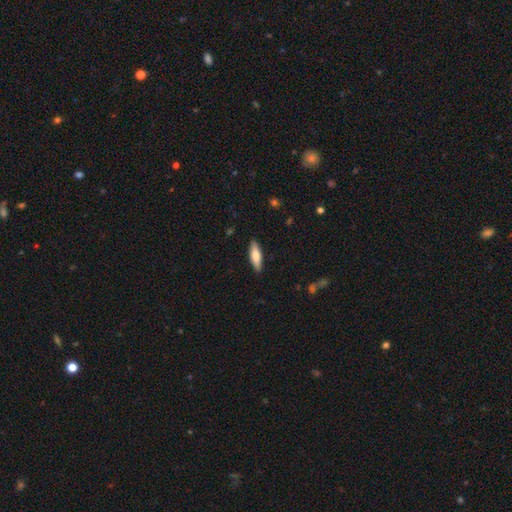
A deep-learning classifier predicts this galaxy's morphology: smooth 73%, featured or disk 21%, star or artifact 6%. Down the decision tree: how rounded — cigar-shaped (54%); merging — none (89%).